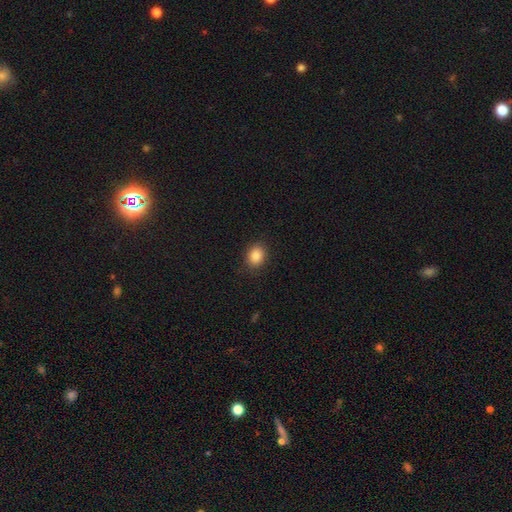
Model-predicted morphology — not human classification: Smooth or featured? Predicted: smooth (p=0.87). How rounded? Predicted: in between (p=0.53). Merging? Predicted: none (p=0.87).